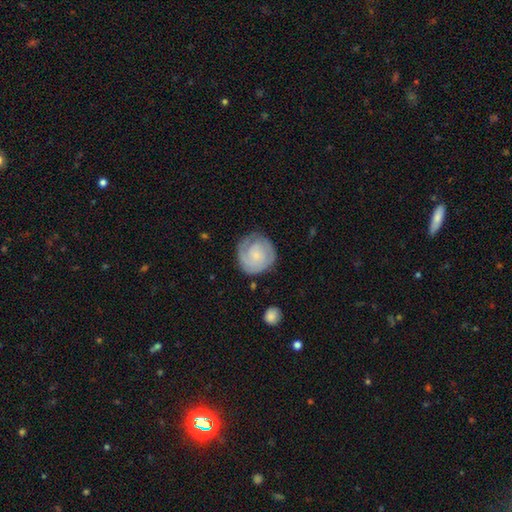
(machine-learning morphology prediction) Smooth or featured? featured or disk (58%)
Edge-on disk? no (98%)
Bar? no (78%)
Spiral arms? yes (86%)
Bulge size? small (71%)
Merging? none (71%)